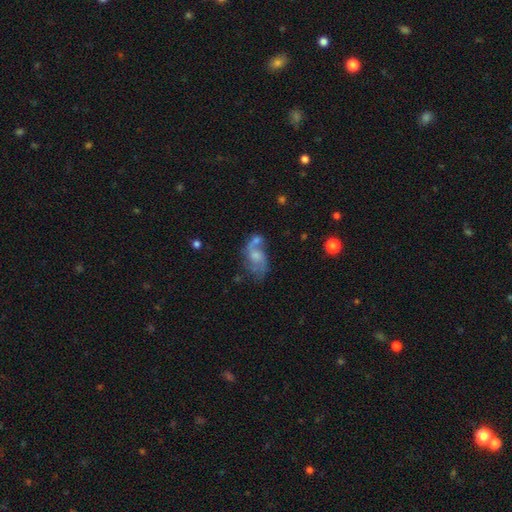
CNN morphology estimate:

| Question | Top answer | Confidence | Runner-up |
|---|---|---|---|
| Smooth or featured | featured or disk | 63% | smooth (27%) |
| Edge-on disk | no | 97% | yes (3%) |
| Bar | no | 66% | weak (30%) |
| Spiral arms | yes | 76% | no (24%) |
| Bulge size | moderate | 38% | small (33%) |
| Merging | none | 34% | merger (28%) |